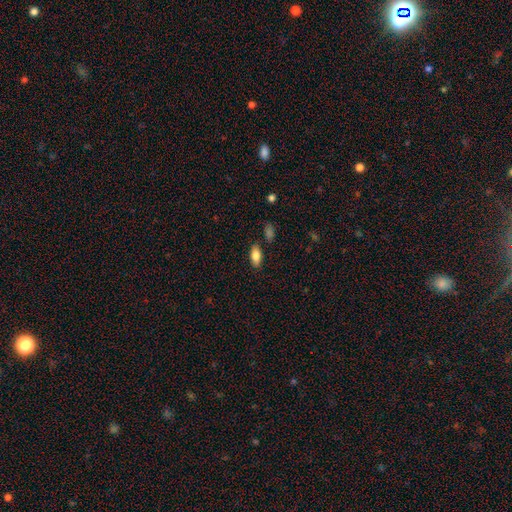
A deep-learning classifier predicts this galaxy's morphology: Overall: smooth (81%). How rounded: in between (87%). Merging: none (84%).